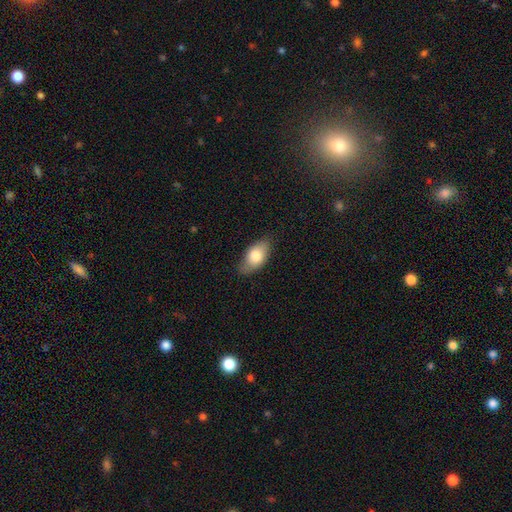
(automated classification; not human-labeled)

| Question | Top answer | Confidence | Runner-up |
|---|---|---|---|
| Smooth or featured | smooth | 78% | featured or disk (16%) |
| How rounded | in between | 92% | round (4%) |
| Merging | none | 79% | minor disturbance (17%) |